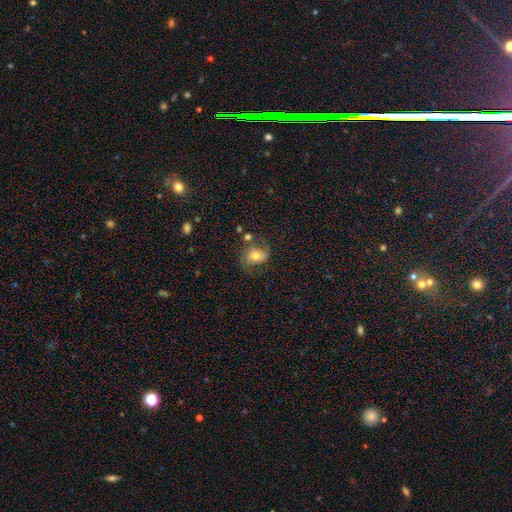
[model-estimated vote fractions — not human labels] Smooth or featured?
  - smooth: 51% *
  - featured or disk: 39%
  - star or artifact: 10%
How rounded?
  - in between: 58% *
  - round: 41%
  - cigar-shaped: 1%
Merging?
  - none: 57% *
  - minor disturbance: 23%
  - major disturbance: 13%
  - merger: 6%